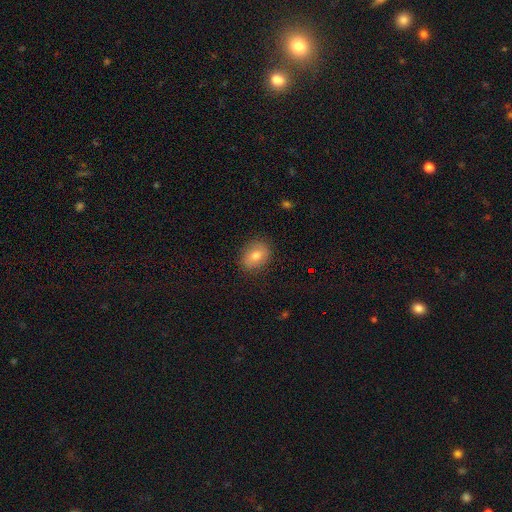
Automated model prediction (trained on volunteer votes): Smooth or featured: smooth — 73% (featured or disk — 17%)
How rounded: in between — 49% (tied with round — 49%)
Merging: none — 85% (minor disturbance — 12%)